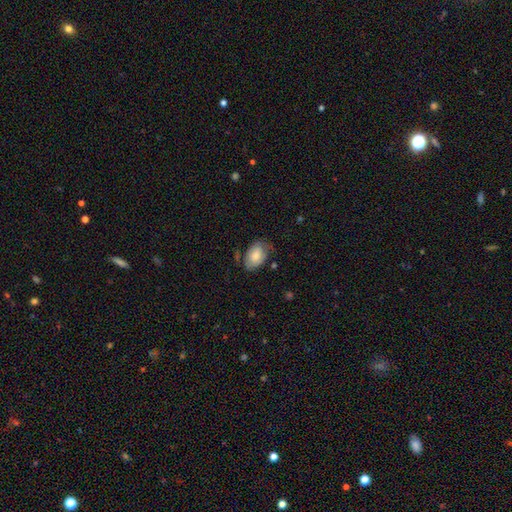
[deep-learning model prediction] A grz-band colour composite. It shows a smooth galaxy with no disk features (72%) that is in between round and cigar-shaped (88%). Merging: none (59%).